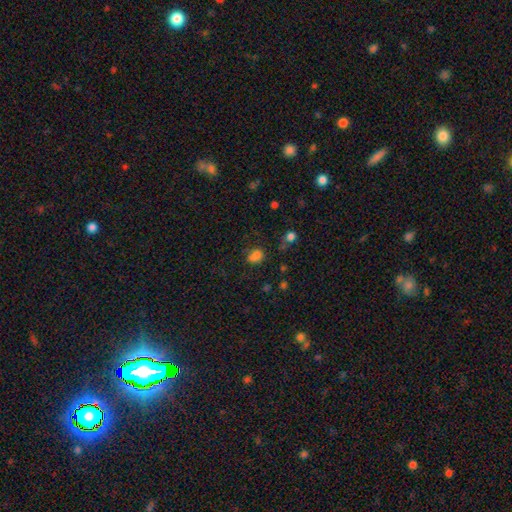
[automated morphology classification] This is likely a smooth galaxy (72%). How rounded: possibly round (56%). Merging: possibly none (56%).